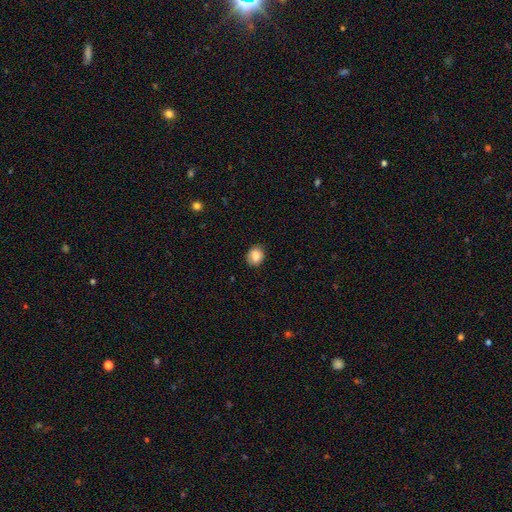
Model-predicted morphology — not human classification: type=smooth (82%); roundness=round (58%); merging=none (85%).